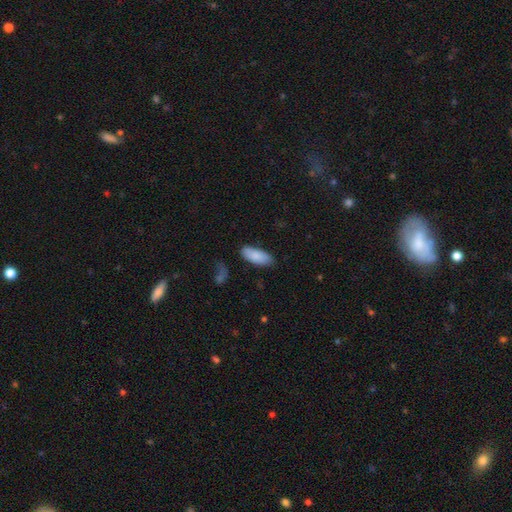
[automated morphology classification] A smooth galaxy with no disk features (86%) that is in between round and cigar-shaped (81%). Merging: none (79%).